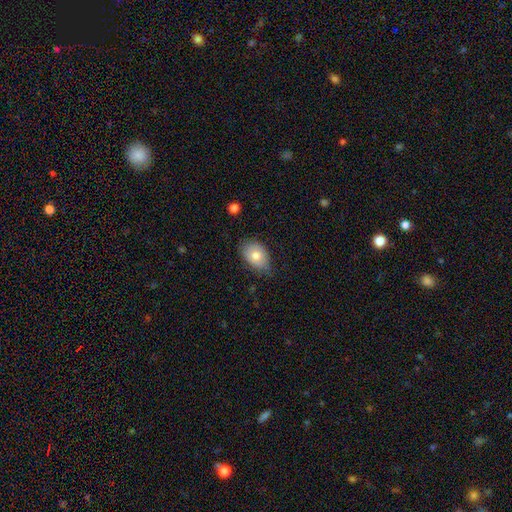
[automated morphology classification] The model was most divided on "merging": none: 67%, minor disturbance: 27%, major disturbance: 5%, merger: 1%. More confident: how rounded — in between (80%); smooth or featured — smooth (76%).